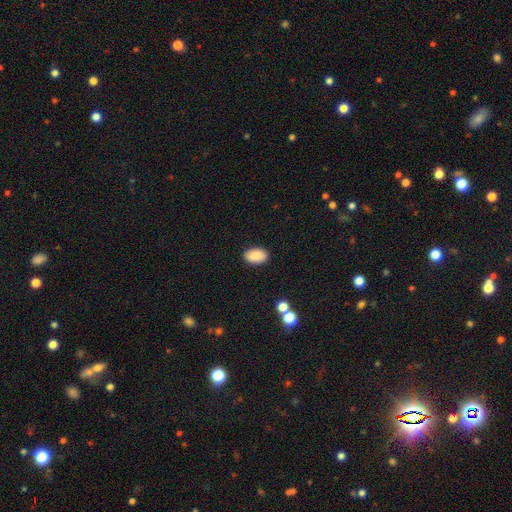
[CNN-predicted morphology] type=smooth (87%); roundness=in between (91%); merging=none (89%).